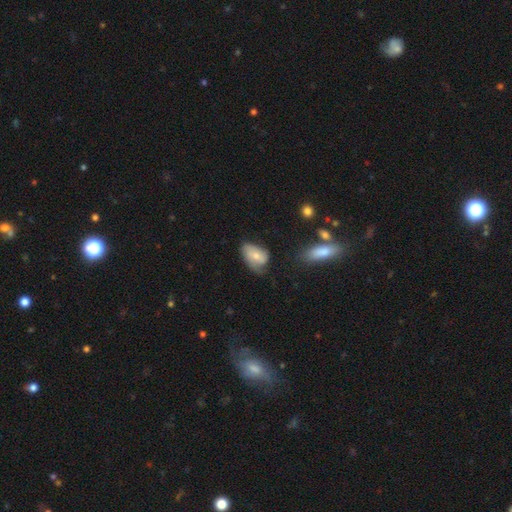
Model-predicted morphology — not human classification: This appears to be a smooth galaxy with no disk features (58%) that is in between round and cigar-shaped (86%). Merging: none (40%).